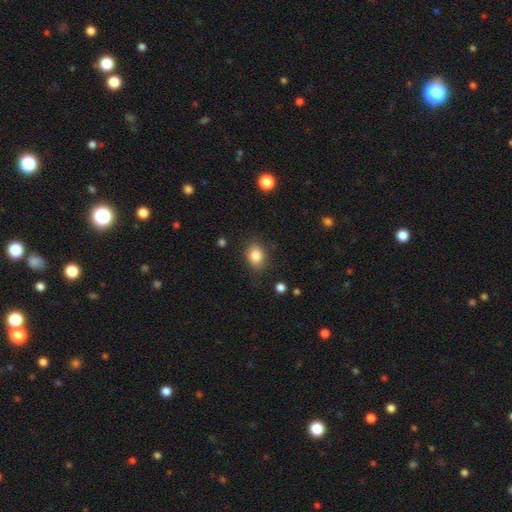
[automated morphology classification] This is clearly a smooth galaxy (84%). How rounded: likely in between (63%). Merging: clearly none (83%).